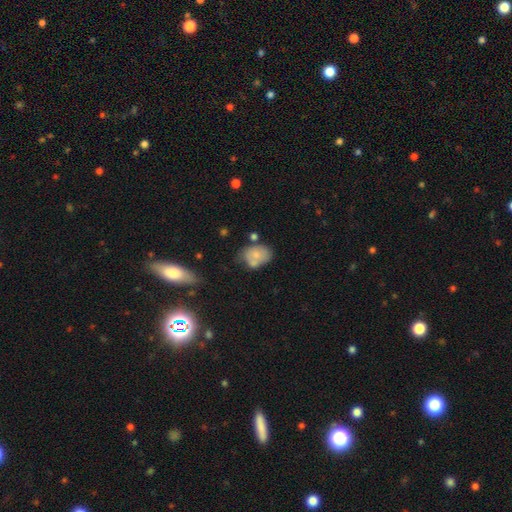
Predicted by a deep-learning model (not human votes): Q: Smooth or featured?
A: smooth (68%); runner-up: featured or disk (23%)
Q: How rounded?
A: in between (71%); runner-up: round (28%)
Q: Merging?
A: none (42%); runner-up: minor disturbance (26%)